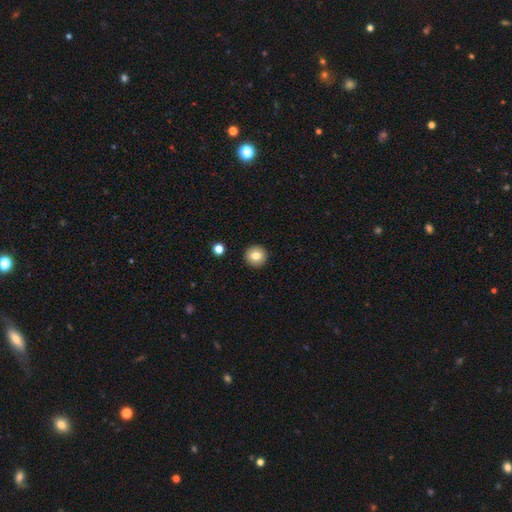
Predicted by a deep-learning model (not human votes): smooth 81%, featured or disk 10%, star or artifact 9%. Down the decision tree: how rounded — round (95%); merging — none (93%).